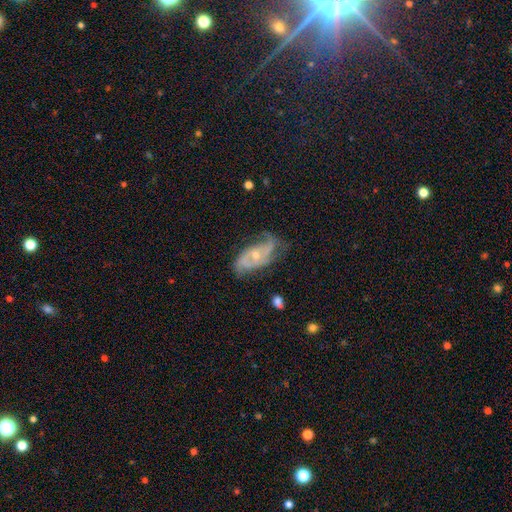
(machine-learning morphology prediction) smooth-or-featured: featured or disk: 80% | smooth: 13% | star or artifact: 7%
  disk-edge-on: no: 94% | yes: 6%
    bar: no: 70% | weak: 24% | strong: 6%
    has-spiral-arms: yes: 91% | no: 9%
      spiral-winding: medium: 44% | tight: 31% | loose: 26%
      spiral-arm-count: 2: 53% | 3: 18% | can't tell: 17% | 1: 5% | 4: 4% | more than 4: 3%
    bulge-size: small: 56% | moderate: 41% | none: 1% | large: 1% | dominant: 1%
  merging: none: 55% | minor disturbance: 28% | major disturbance: 15% | merger: 2%